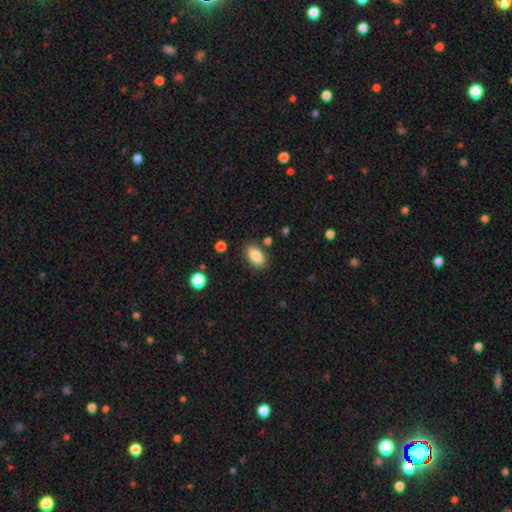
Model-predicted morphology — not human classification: Smooth or featured? Predicted: smooth (p=0.85). How rounded? Predicted: in between (p=0.90). Merging? Predicted: none (p=0.82).